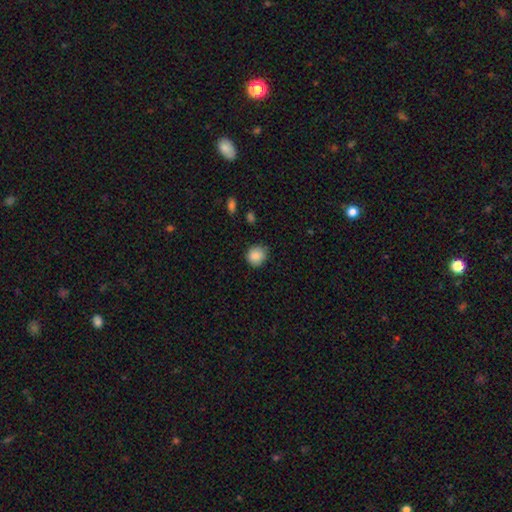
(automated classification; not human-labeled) The model was most divided on "merging": none: 83%, minor disturbance: 13%, major disturbance: 2%, merger: 1%. More confident: smooth or featured — smooth (88%); how rounded — round (86%).